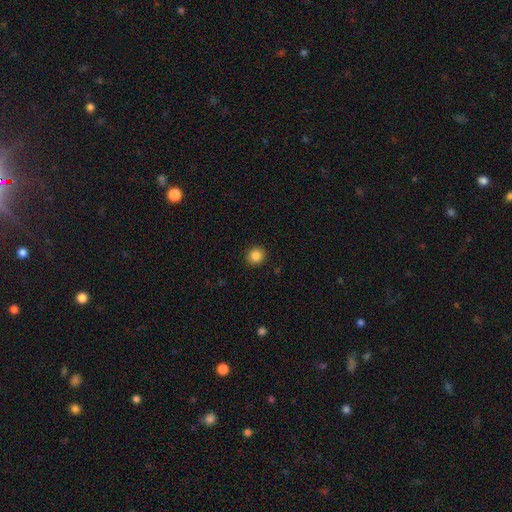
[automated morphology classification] This is clearly a smooth galaxy (86%). How rounded: clearly round (90%). Merging: clearly none (92%).